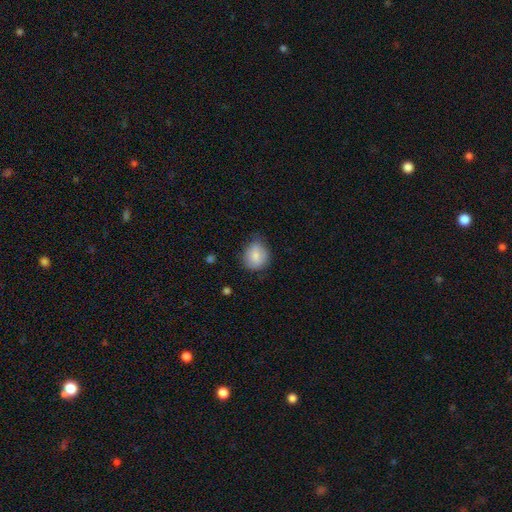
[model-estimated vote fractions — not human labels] smooth 82%, featured or disk 11%, star or artifact 8%. Down the decision tree: how rounded — round (70%); merging — none (68%).